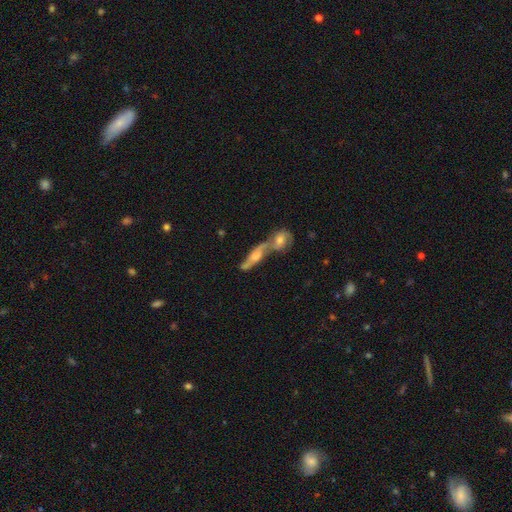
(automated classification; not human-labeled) Overall: featured or disk (61%; smooth 28%). Edge-on disk: no (51%; yes 49%). Merging: merger (62%; none 25%).